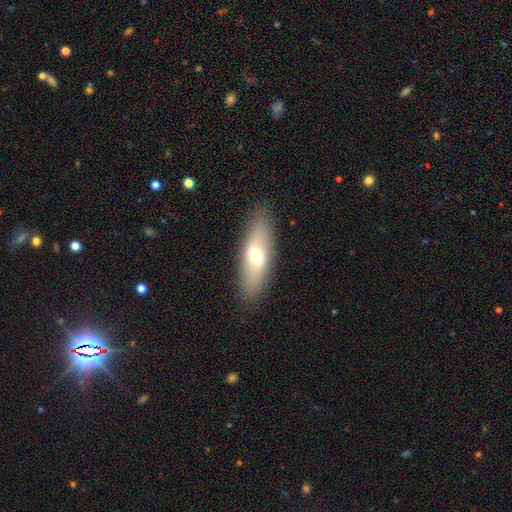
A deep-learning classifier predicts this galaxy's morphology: This appears to be a smooth galaxy with no disk features (58%) that is in between round and cigar-shaped (66%). Merging: none (87%).